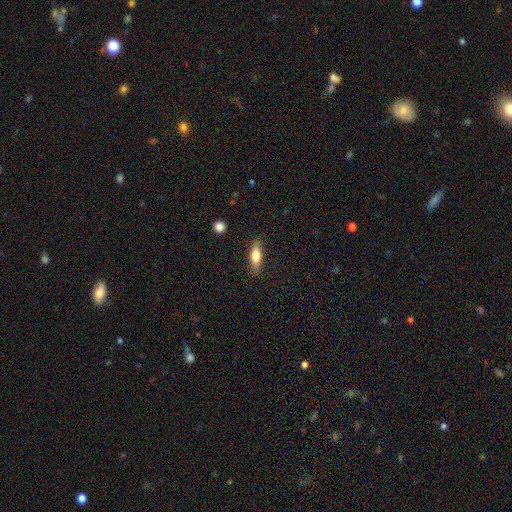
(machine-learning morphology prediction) Smooth or featured? Predicted: smooth (p=0.64). How rounded? Predicted: cigar-shaped (p=0.52). Merging? Predicted: none (p=0.82).